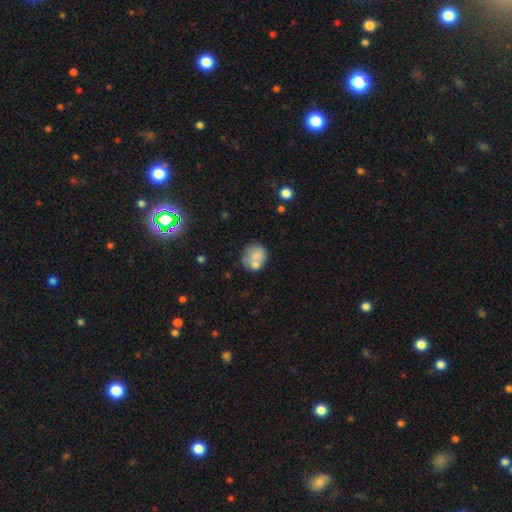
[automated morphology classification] smooth_or_featured: smooth (p=0.71) [alt: featured or disk p=0.21]
how_rounded: round (p=0.79) [alt: in between p=0.20]
merging: none (p=0.52) [alt: merger p=0.24]